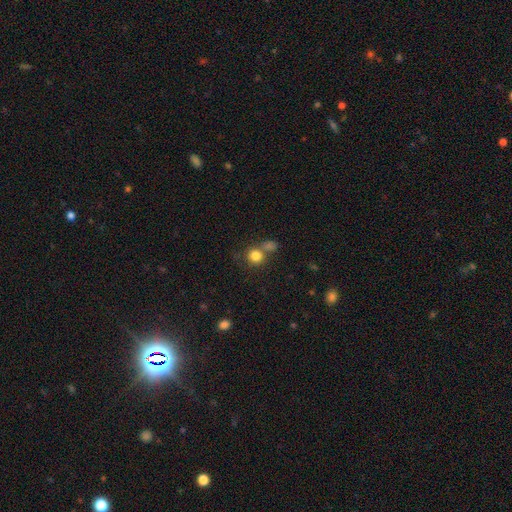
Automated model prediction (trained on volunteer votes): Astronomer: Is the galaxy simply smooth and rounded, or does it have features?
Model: smooth — 82%.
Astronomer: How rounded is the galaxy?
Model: round — 88%.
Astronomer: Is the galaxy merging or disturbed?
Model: none — 57%.